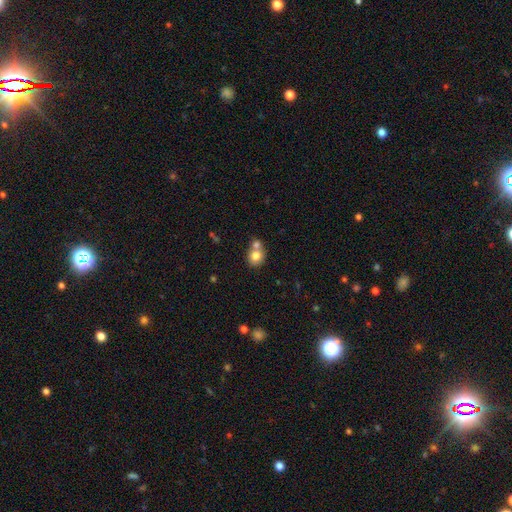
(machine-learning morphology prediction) Smooth or featured: smooth — 79% (featured or disk — 12%)
How rounded: round — 78% (in between — 21%)
Merging: merger — 48% (none — 41%)